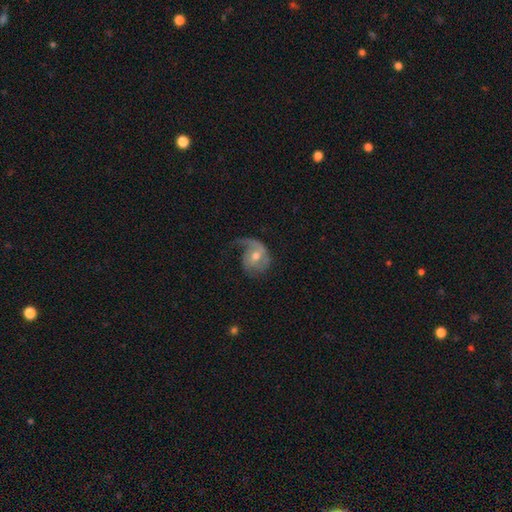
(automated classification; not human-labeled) Morphology: type=featured or disk (74%); edge-on=no (97%); bar=no (61%); spiral arms=yes (89%); winding=loose (44%); arm count=1 (61%); bulge=moderate (60%); merging=none (38%).